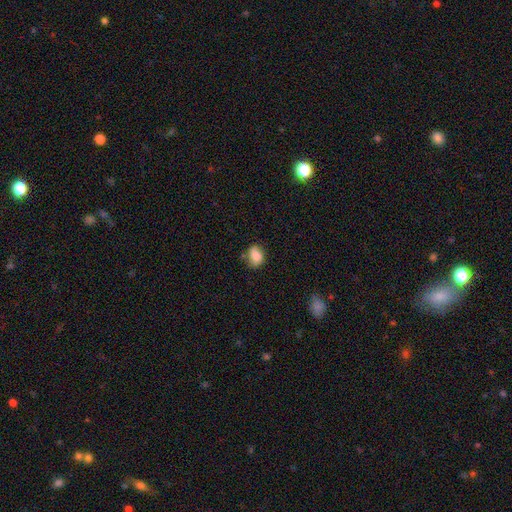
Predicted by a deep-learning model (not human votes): Smooth or featured? smooth (83%)
How rounded? in between (70%)
Merging? none (59%)